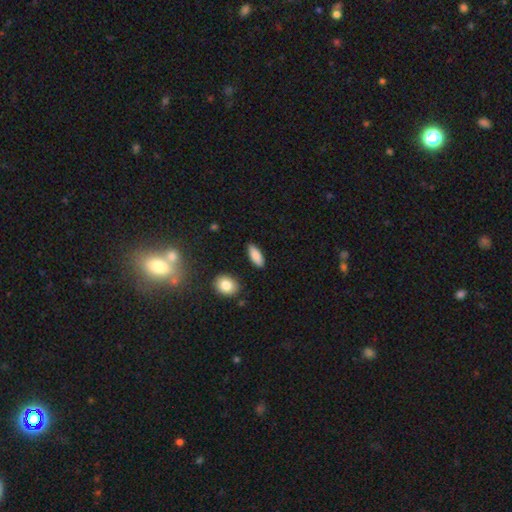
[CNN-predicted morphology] Q: Smooth or featured?
A: smooth (84%); runner-up: featured or disk (9%)
Q: How rounded?
A: in between (75%); runner-up: cigar-shaped (23%)
Q: Merging?
A: none (87%); runner-up: minor disturbance (9%)